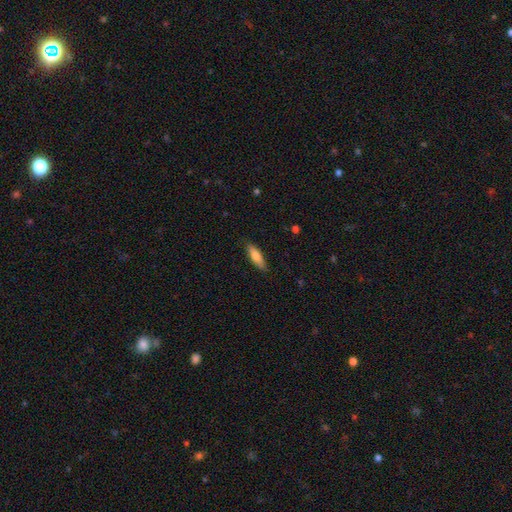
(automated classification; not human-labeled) A smooth galaxy with no disk features (77%) that is cigar-shaped (57%). Merging: none (86%).